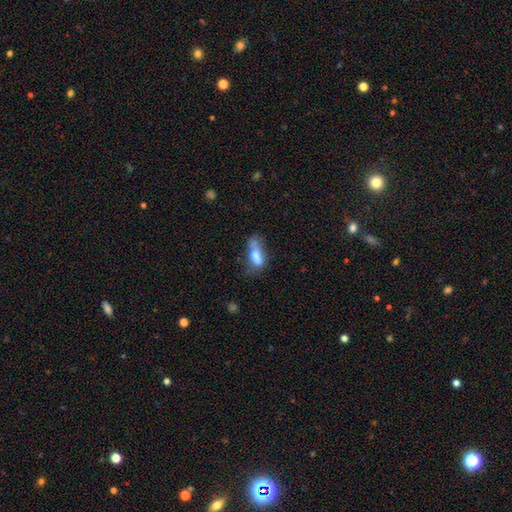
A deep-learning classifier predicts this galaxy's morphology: smooth 69%, featured or disk 22%, star or artifact 9%. Down the decision tree: how rounded — in between (67%); merging — none (36%).